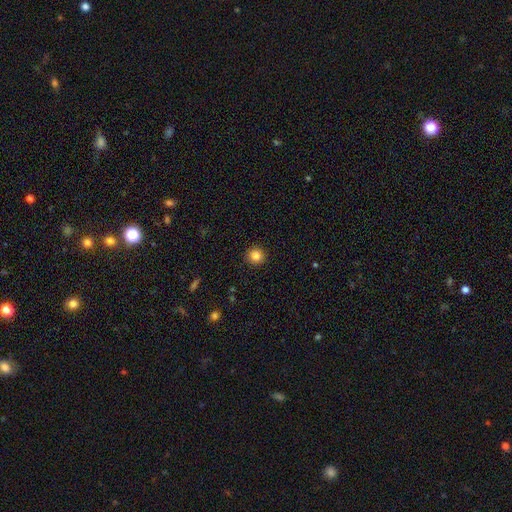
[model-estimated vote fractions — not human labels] This is clearly a smooth galaxy (84%). How rounded: clearly round (94%). Merging: clearly none (92%).